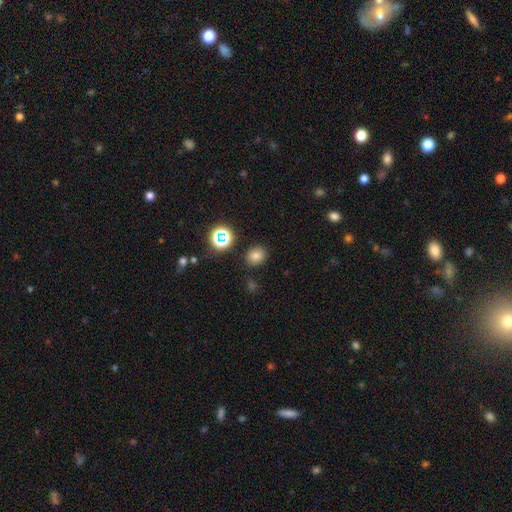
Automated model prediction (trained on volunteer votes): This appears to be a smooth galaxy with no disk features (75%) that is round (67%). Merging: none (84%).